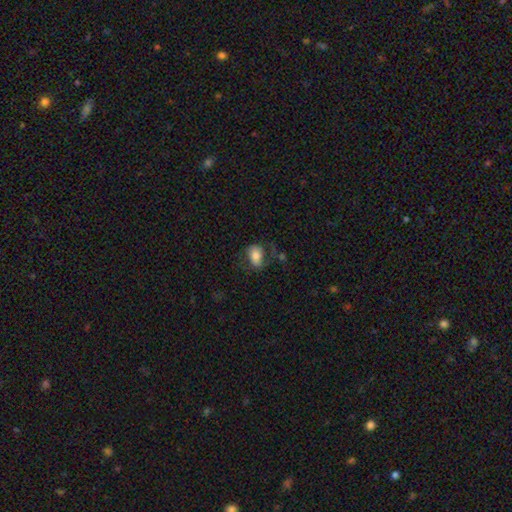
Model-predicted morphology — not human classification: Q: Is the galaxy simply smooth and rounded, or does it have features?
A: smooth — 69%.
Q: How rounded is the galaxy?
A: in between — 80%.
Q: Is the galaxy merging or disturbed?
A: none — 49%.